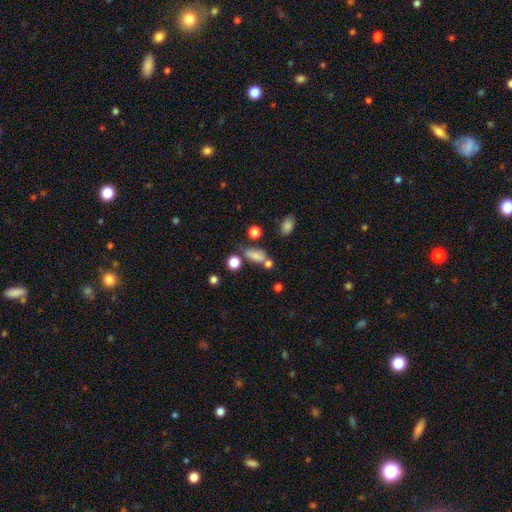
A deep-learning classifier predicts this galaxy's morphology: smooth-or-featured: smooth: 77% | star or artifact: 13% | featured or disk: 10%
  how-rounded: in between: 75% | cigar-shaped: 12% | round: 12%
  merging: none: 48% | minor disturbance: 21% | merger: 21% | major disturbance: 10%